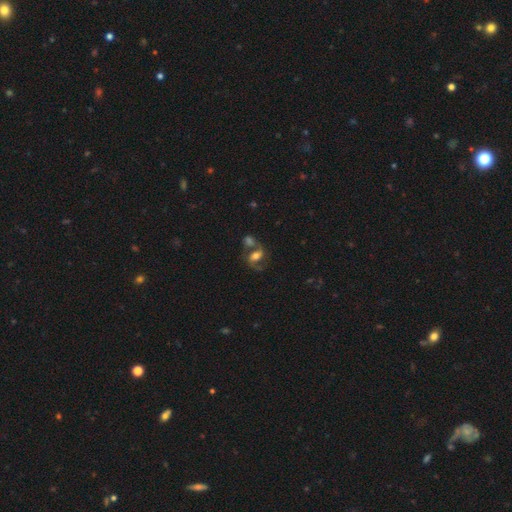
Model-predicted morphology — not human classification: This is likely a featured or disk galaxy (64%). It is clearly not viewed edge-on (96%). Bar: marginally weak (39%). Spiral arm pattern: clearly yes (88%). Spiral arm count: clearly 2 (87%). Spiral winding: possibly medium (51%). Central bulge: possibly moderate (53%). Merging: marginally none (42%).